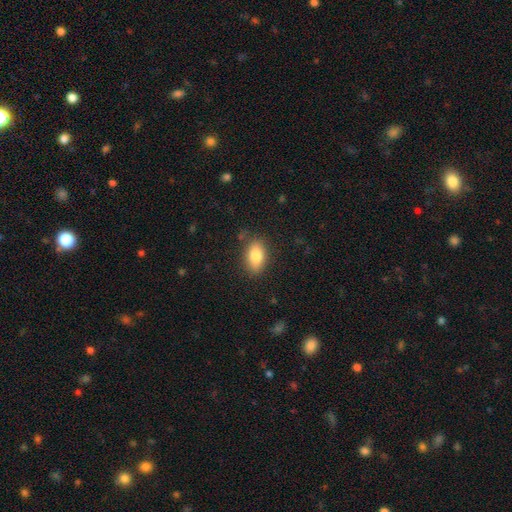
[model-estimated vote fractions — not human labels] Morphology: type=smooth (81%); roundness=in between (89%); merging=none (83%).